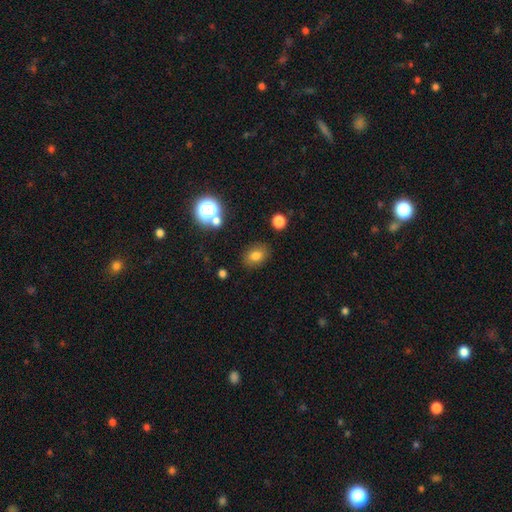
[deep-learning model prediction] smooth-or-featured: smooth: 78% | star or artifact: 14% | featured or disk: 9%
  how-rounded: in between: 70% | round: 28% | cigar-shaped: 1%
  merging: none: 84% | minor disturbance: 10% | major disturbance: 3% | merger: 3%